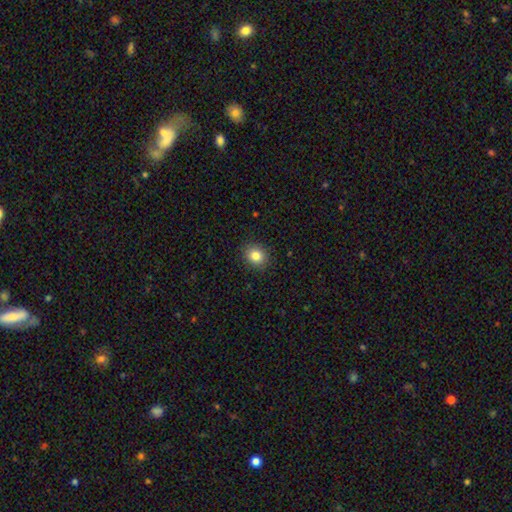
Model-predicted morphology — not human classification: Smooth or featured? smooth (83%)
How rounded? round (72%)
Merging? none (90%)